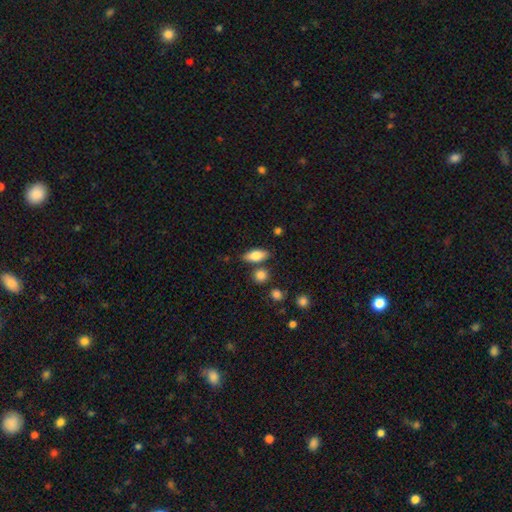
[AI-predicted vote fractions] Smooth or featured: smooth — 77% (featured or disk — 15%)
How rounded: in between — 79% (cigar-shaped — 16%)
Merging: none — 76% (minor disturbance — 12%)